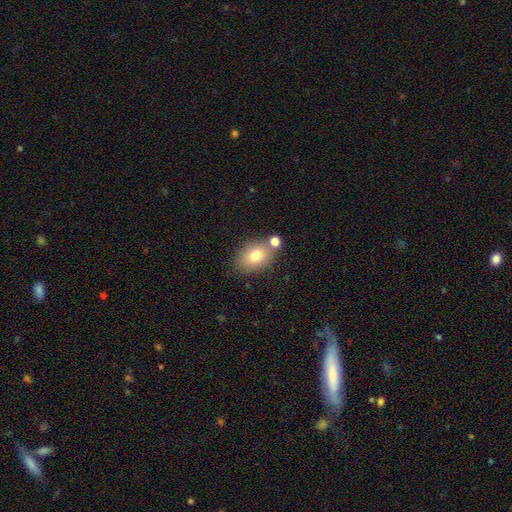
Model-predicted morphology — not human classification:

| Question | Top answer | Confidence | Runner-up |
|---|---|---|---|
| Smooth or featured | smooth | 77% | featured or disk (13%) |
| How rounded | in between | 76% | round (22%) |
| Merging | none | 65% | merger (18%) |